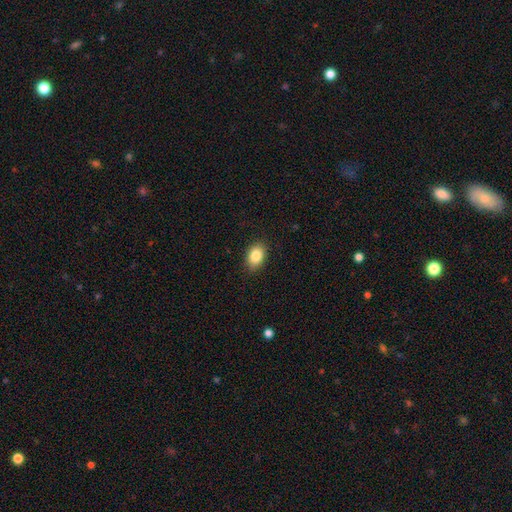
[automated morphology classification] smooth-or-featured: smooth: 85% | star or artifact: 8% | featured or disk: 7%
  how-rounded: in between: 82% | round: 17% | cigar-shaped: 1%
  merging: none: 88% | minor disturbance: 9% | major disturbance: 2% | merger: 1%